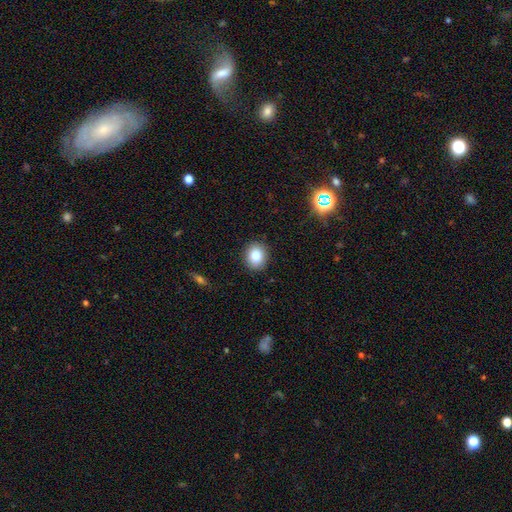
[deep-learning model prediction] smooth 82%, star or artifact 10%, featured or disk 7%. Down the decision tree: how rounded — round (65%); merging — none (90%).